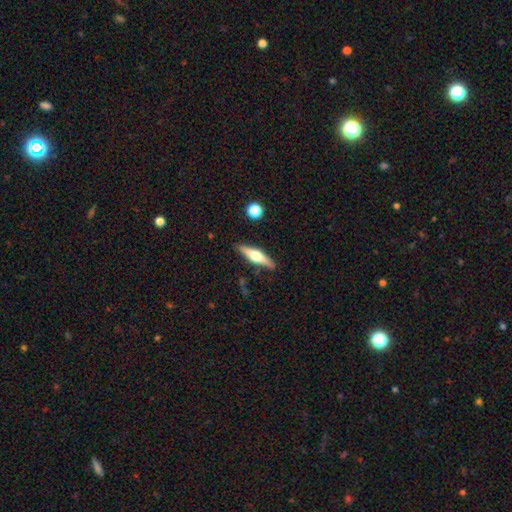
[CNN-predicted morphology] This is possibly a featured or disk galaxy (60%). It is clearly viewed edge-on (95%). Edge-on bulge: clearly rounded (93%). Merging: clearly none (86%).